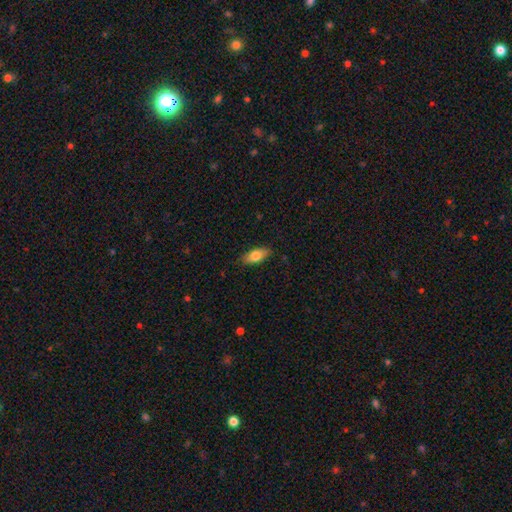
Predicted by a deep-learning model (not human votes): A smooth galaxy with no disk features (77%) that is in between round and cigar-shaped (82%). Merging: none (84%).